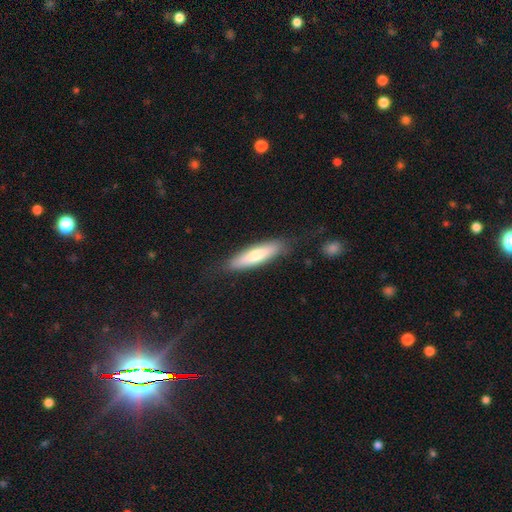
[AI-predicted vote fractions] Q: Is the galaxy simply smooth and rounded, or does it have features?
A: smooth — 66%.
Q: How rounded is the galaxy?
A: cigar-shaped — 71%.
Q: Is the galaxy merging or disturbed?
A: none — 80%.